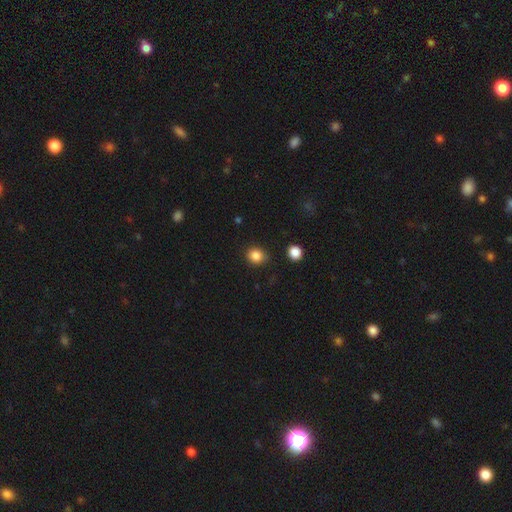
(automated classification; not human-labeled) Q: Smooth or featured?
A: smooth (85%); runner-up: star or artifact (11%)
Q: How rounded?
A: round (81%); runner-up: in between (18%)
Q: Merging?
A: none (87%); runner-up: minor disturbance (9%)